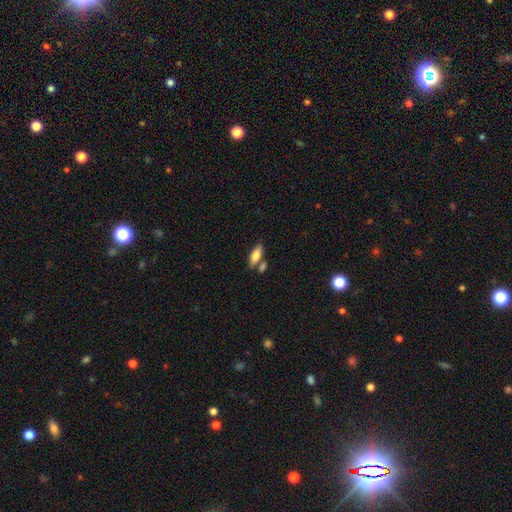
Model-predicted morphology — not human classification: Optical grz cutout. It shows a smooth galaxy with no disk features (78%) that is in between round and cigar-shaped (78%). Merging: none (64%).